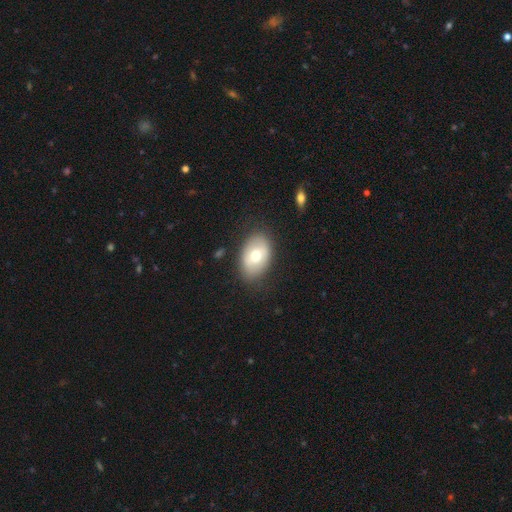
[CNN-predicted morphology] Smooth or featured: smooth — 66% (featured or disk — 27%)
How rounded: in between — 85% (round — 14%)
Merging: none — 82% (minor disturbance — 13%)